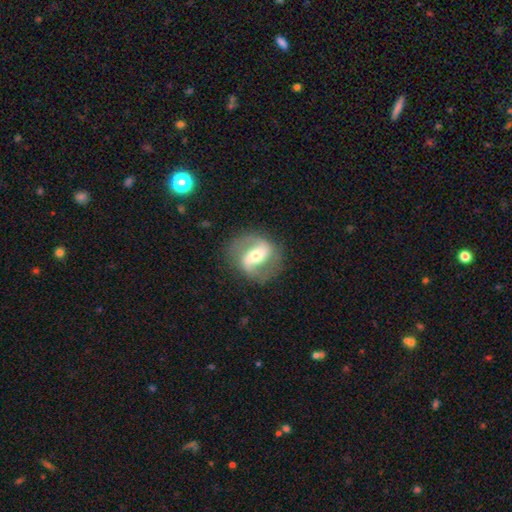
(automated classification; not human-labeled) Q: Smooth or featured?
A: featured or disk (79%); runner-up: smooth (15%)
Q: Edge-on disk?
A: no (95%); runner-up: yes (5%)
Q: Bar?
A: strong (45%); runner-up: weak (35%)
Q: Spiral arms?
A: yes (88%); runner-up: no (12%)
Q: Spiral winding?
A: medium (46%); runner-up: loose (39%)
Q: Spiral arm count?
A: 2 (90%); runner-up: can't tell (4%)
Q: Bulge size?
A: moderate (63%); runner-up: small (26%)
Q: Merging?
A: none (80%); runner-up: minor disturbance (12%)